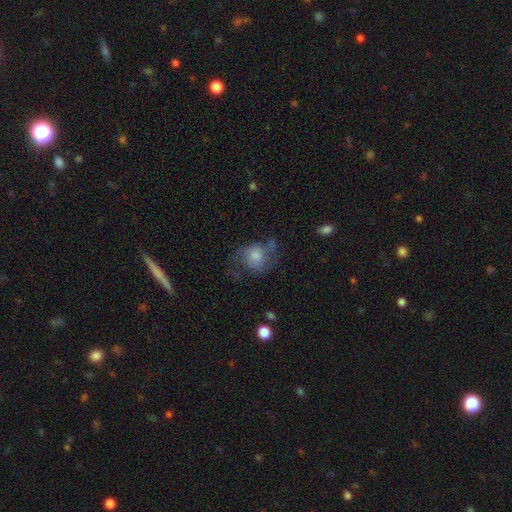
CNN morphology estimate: A smooth galaxy with no disk features (48%). Merging: none (46%).